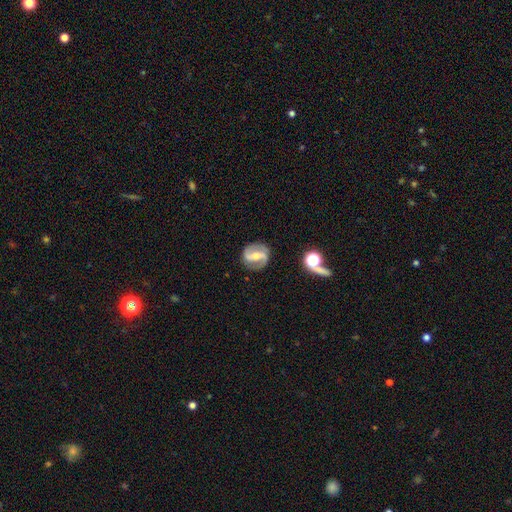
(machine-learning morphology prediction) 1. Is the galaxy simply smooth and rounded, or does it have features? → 84% featured or disk, 10% smooth, 6% star or artifact.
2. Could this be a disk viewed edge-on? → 97% no, 3% yes.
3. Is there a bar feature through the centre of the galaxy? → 55% strong, 31% weak, 15% no.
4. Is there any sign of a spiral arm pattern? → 93% yes, 7% no.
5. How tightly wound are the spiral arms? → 47% medium, 27% loose, 26% tight.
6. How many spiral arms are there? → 91% 2, 4% can't tell, 2% 1, 1% 3, 1% 4, 1% more than 4.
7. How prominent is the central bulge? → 48% moderate, 46% small, 2% large, 2% none, 1% dominant.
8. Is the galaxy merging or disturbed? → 84% none, 11% minor disturbance, 4% major disturbance, 2% merger.